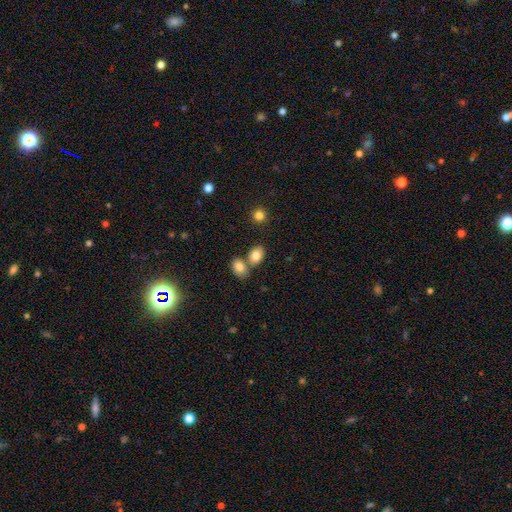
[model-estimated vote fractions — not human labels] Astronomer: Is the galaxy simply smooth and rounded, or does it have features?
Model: smooth — 82%.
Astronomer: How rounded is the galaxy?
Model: in between — 80%.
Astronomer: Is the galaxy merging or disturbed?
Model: none — 55% (runner-up: merger, 32%).